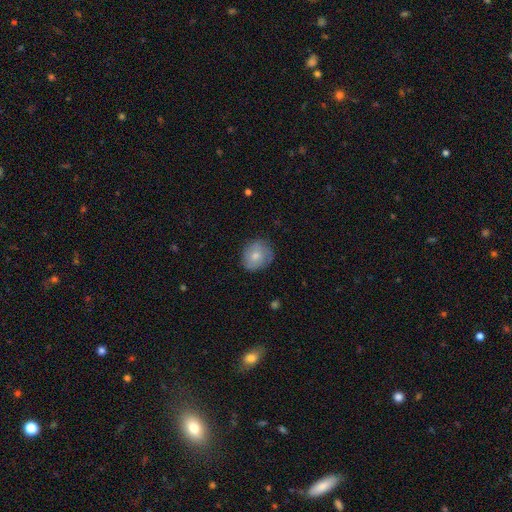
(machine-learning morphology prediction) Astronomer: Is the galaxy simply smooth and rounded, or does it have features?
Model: smooth — 67%.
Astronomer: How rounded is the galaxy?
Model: round — 76%.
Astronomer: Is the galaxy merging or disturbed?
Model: none — 73%.